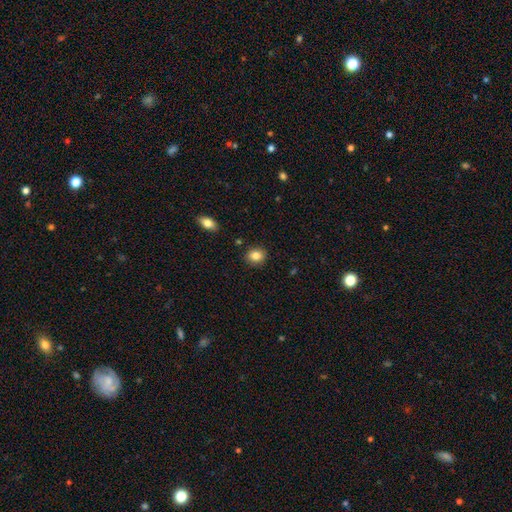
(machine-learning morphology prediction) The model was most divided on "how rounded": round: 69%, in between: 30%, cigar-shaped: 1%. More confident: merging — none (87%); smooth or featured — smooth (84%).